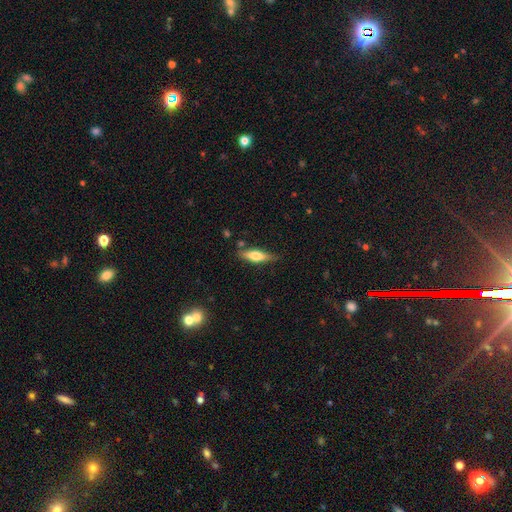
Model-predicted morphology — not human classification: Smooth or featured: smooth — 56% (featured or disk — 37%)
How rounded: cigar-shaped — 58% (in between — 39%)
Merging: none — 76% (minor disturbance — 17%)